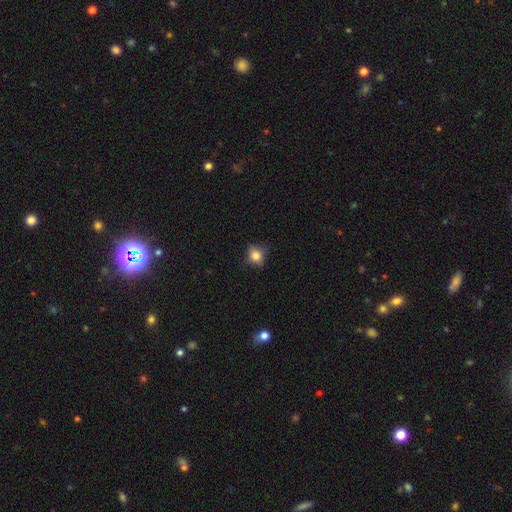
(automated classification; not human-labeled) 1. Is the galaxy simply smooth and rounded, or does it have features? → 78% smooth, 11% star or artifact, 11% featured or disk.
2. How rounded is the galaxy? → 63% round, 36% in between, 2% cigar-shaped.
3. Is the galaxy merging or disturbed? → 72% none, 22% minor disturbance, 5% major disturbance, 1% merger.